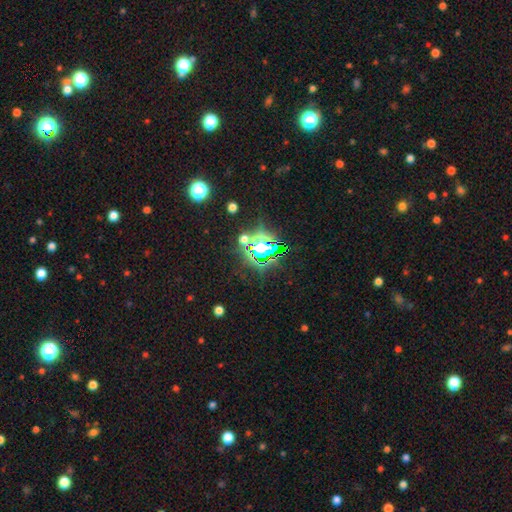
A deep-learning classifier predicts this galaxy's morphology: star or artifact 79%, smooth 13%, featured or disk 8%.